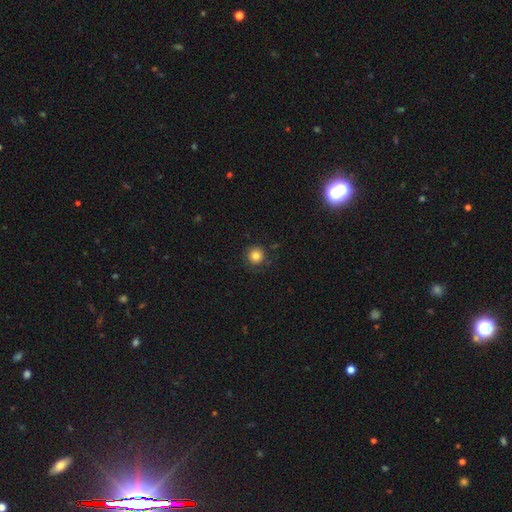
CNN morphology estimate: type=smooth (82%); roundness=round (94%); merging=none (80%).